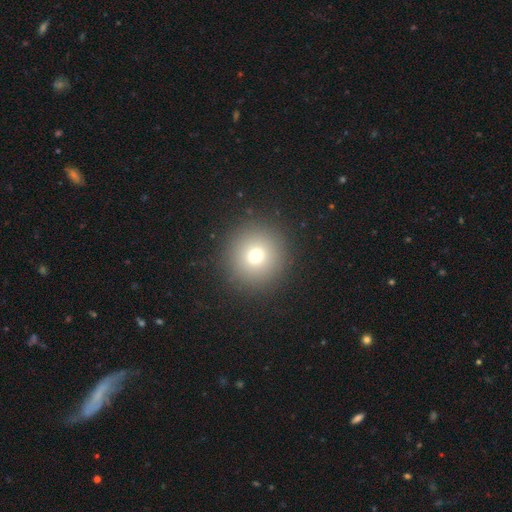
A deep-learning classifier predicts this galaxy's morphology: Smooth or featured: smooth — 72% (star or artifact — 16%)
How rounded: round — 95% (in between — 4%)
Merging: none — 91% (minor disturbance — 5%)